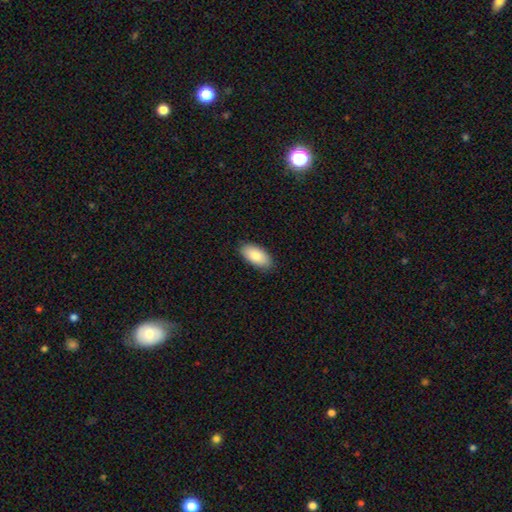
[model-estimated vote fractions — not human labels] Smooth or featured: smooth — 87% (featured or disk — 7%)
How rounded: in between — 93% (cigar-shaped — 5%)
Merging: none — 87% (minor disturbance — 10%)